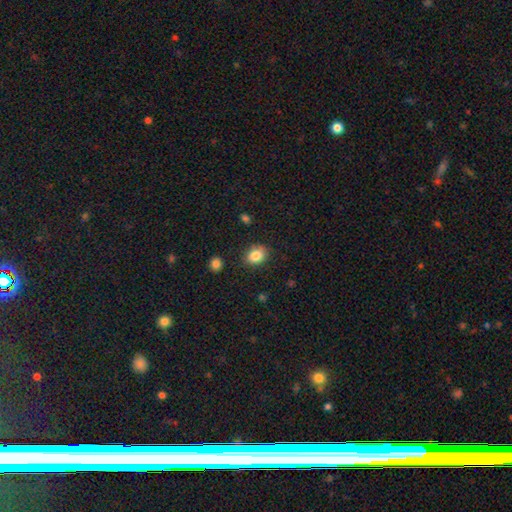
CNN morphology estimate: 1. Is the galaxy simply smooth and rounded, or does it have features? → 84% smooth, 9% star or artifact, 7% featured or disk.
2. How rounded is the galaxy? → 51% in between, 48% round, 1% cigar-shaped.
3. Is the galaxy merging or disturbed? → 82% none, 13% minor disturbance, 3% major disturbance, 2% merger.